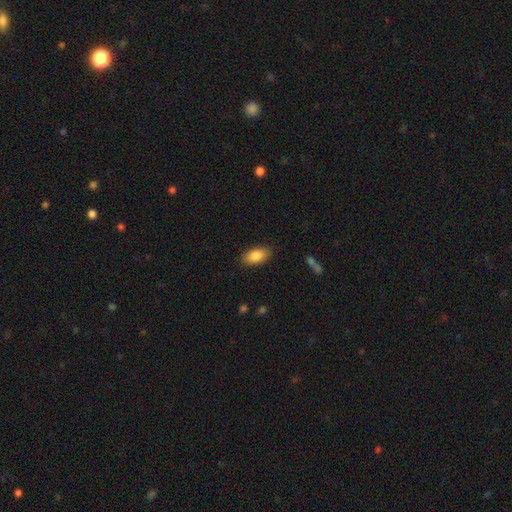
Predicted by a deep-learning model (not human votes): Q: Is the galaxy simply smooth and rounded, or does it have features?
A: smooth — 85%.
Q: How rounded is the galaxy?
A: in between — 91%.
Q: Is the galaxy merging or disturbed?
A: none — 87%.